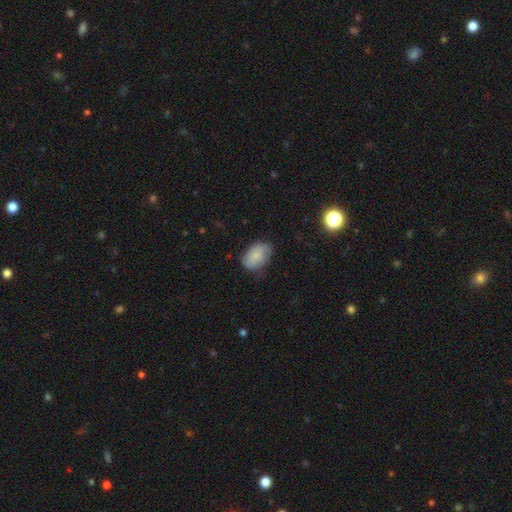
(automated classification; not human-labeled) Smooth or featured?
  - smooth: 77% *
  - featured or disk: 15%
  - star or artifact: 7%
How rounded?
  - in between: 88% *
  - round: 10%
  - cigar-shaped: 1%
Merging?
  - none: 67% *
  - minor disturbance: 26%
  - major disturbance: 6%
  - merger: 1%